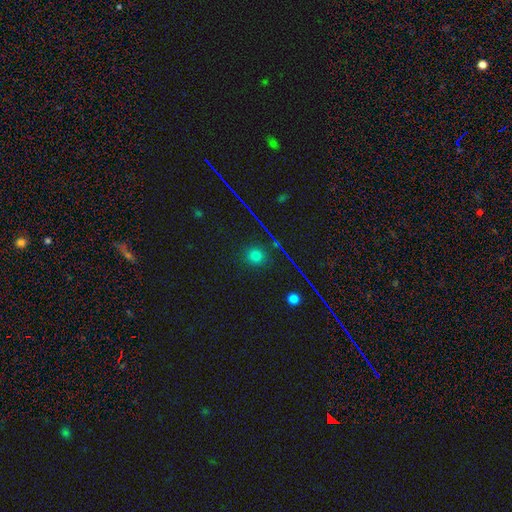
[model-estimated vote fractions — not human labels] A smooth galaxy with no disk features (70%) that is round (87%). Merging: none (88%).